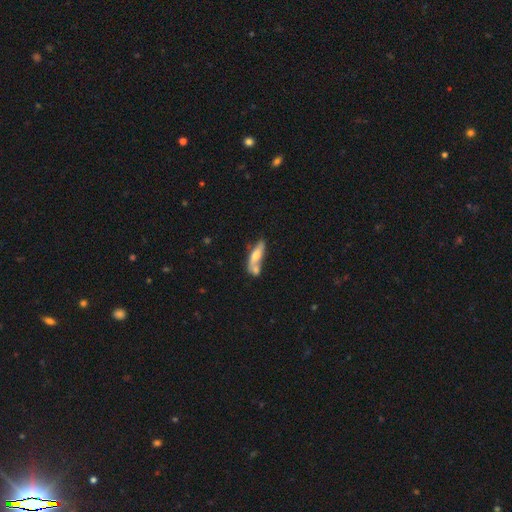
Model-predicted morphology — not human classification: smooth 57%, featured or disk 37%, star or artifact 6%. Down the decision tree: how rounded — cigar-shaped (56%); merging — merger (43%).